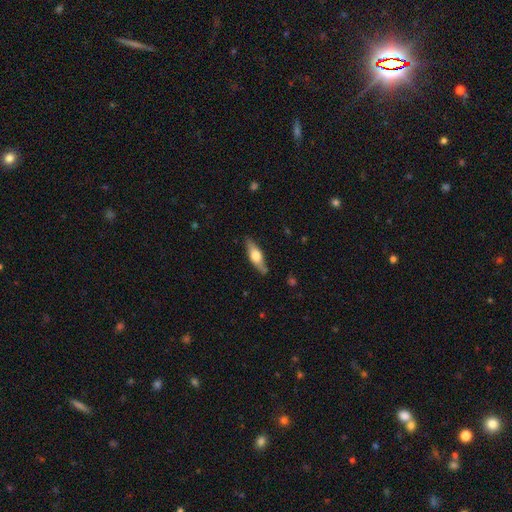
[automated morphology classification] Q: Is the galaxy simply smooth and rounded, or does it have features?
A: smooth — 49%.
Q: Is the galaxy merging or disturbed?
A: none — 83%.